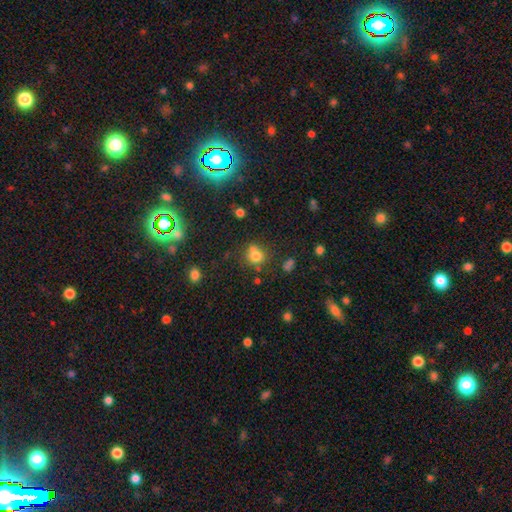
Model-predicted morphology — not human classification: Overall: smooth (74%). How rounded: round (79%). Merging: none (53%; merger 28%).